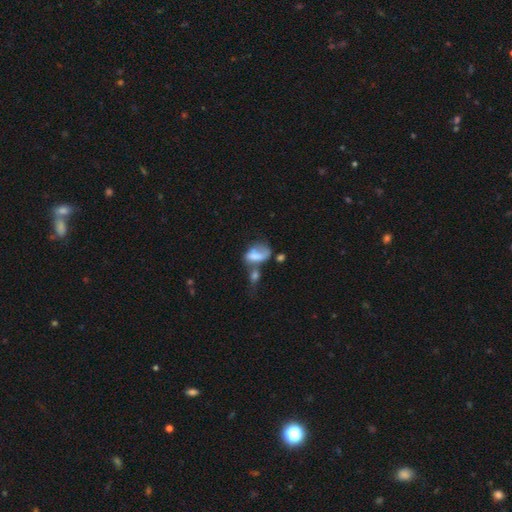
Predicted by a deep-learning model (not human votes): smooth-or-featured: smooth: 63% | featured or disk: 27% | star or artifact: 10%
  how-rounded: in between: 85% | round: 12% | cigar-shaped: 3%
  merging: merger: 38% | major disturbance: 25% | none: 19% | minor disturbance: 17%